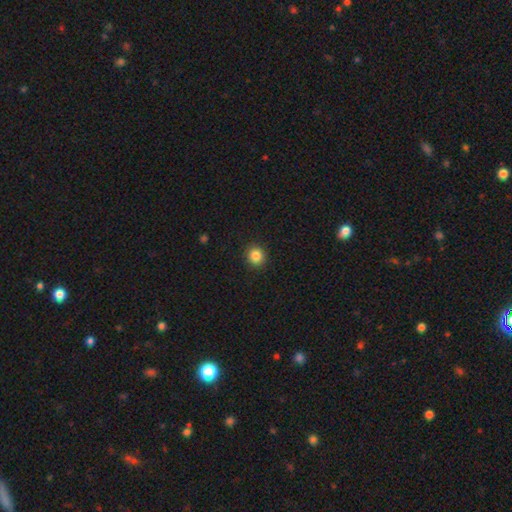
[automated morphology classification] A smooth galaxy with no disk features (85%) that is round (90%). Merging: none (92%).